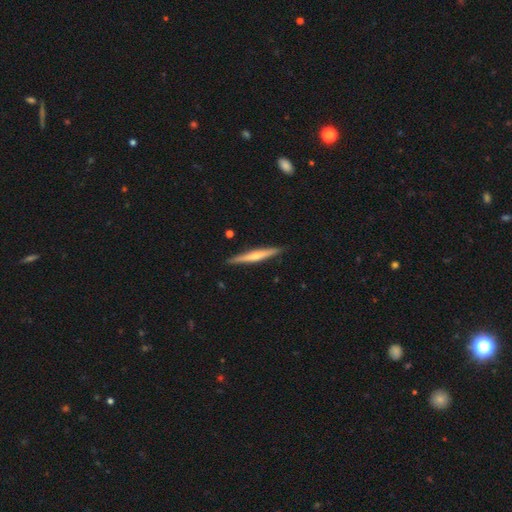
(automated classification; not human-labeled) smooth-or-featured: featured or disk: 59% | smooth: 35% | star or artifact: 5%
  disk-edge-on: yes: 97% | no: 3%
    edge-on-bulge: rounded: 73% | none: 21% | boxy: 6%
  merging: none: 90% | minor disturbance: 7% | major disturbance: 1% | merger: 1%